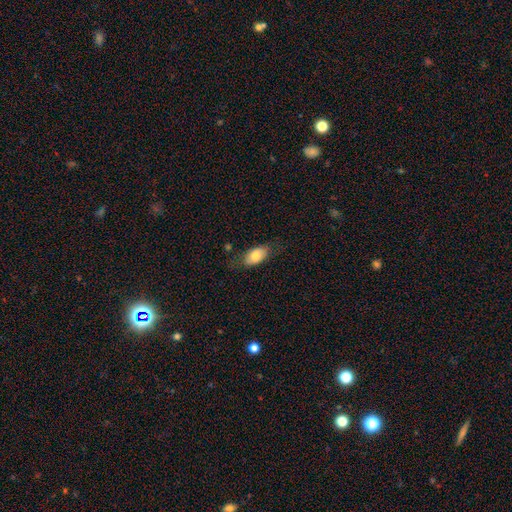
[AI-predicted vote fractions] Smooth or featured? smooth (75%)
How rounded? in between (92%)
Merging? none (73%)